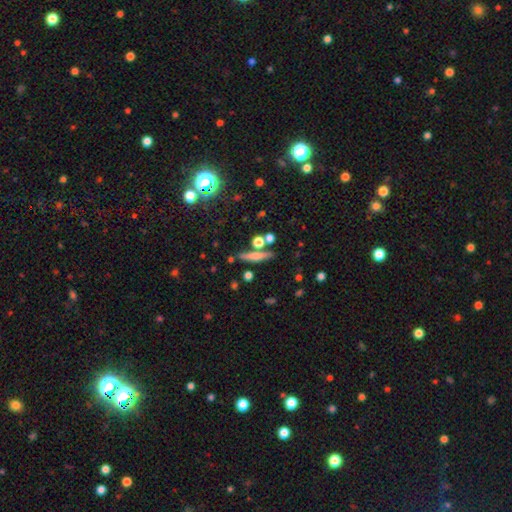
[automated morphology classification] Smooth or featured?
  - smooth: 60% *
  - featured or disk: 30%
  - star or artifact: 10%
How rounded?
  - cigar-shaped: 83% *
  - in between: 11%
  - round: 5%
Merging?
  - none: 76% *
  - minor disturbance: 10%
  - merger: 10%
  - major disturbance: 3%